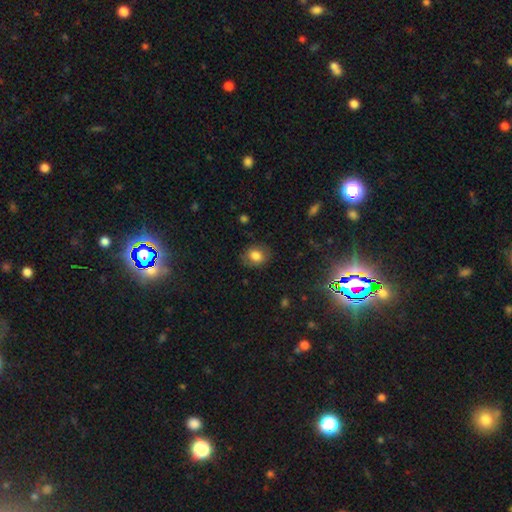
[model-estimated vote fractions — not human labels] This is likely a smooth galaxy (79%). How rounded: possibly round (51%). Merging: likely none (79%).